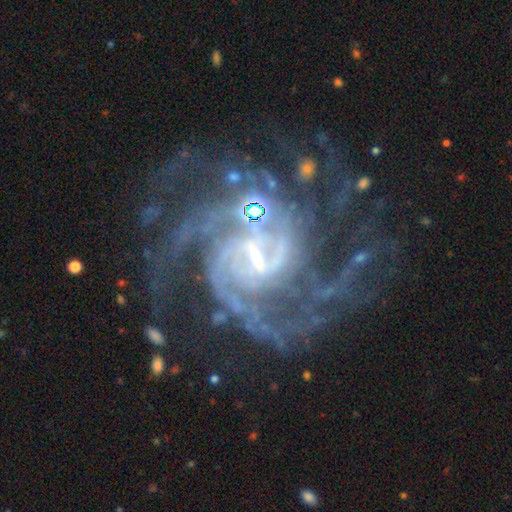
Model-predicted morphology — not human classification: smooth-or-featured: featured or disk: 91% | star or artifact: 6% | smooth: 3%
  disk-edge-on: no: 98% | yes: 2%
    bar: weak: 45% | strong: 36% | no: 20%
    has-spiral-arms: yes: 98% | no: 2%
      spiral-winding: medium: 49% | tight: 36% | loose: 14%
      spiral-arm-count: 2: 29% | 3: 21% | can't tell: 16% | 4: 15% | more than 4: 10% | 1: 9%
    bulge-size: small: 78% | moderate: 15% | none: 4% | large: 2% | dominant: 1%
  merging: none: 50% | major disturbance: 25% | minor disturbance: 18% | merger: 8%